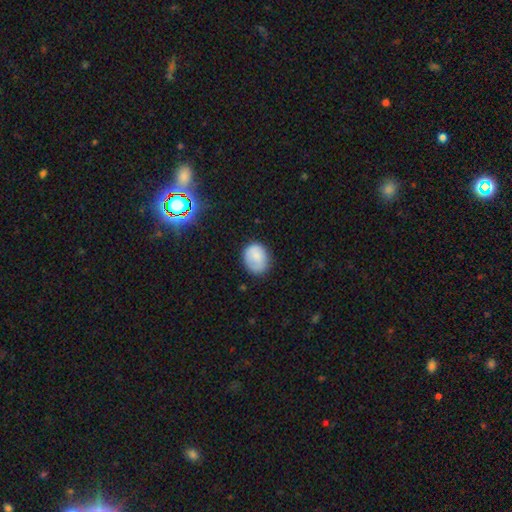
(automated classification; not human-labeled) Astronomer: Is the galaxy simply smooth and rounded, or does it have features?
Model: smooth — 78%.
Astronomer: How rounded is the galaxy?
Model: round — 53% (runner-up: in between, 46%).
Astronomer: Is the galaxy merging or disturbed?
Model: none — 71%.